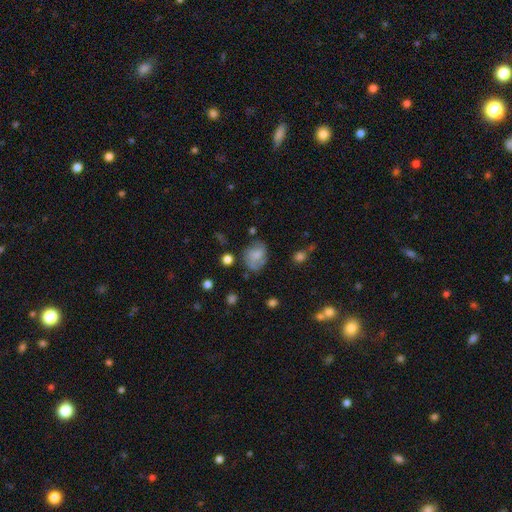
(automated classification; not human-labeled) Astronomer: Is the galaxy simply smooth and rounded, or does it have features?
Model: smooth — 60%.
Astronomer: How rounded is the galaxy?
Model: in between — 56% (runner-up: round, 43%).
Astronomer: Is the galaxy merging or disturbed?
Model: none — 56%.